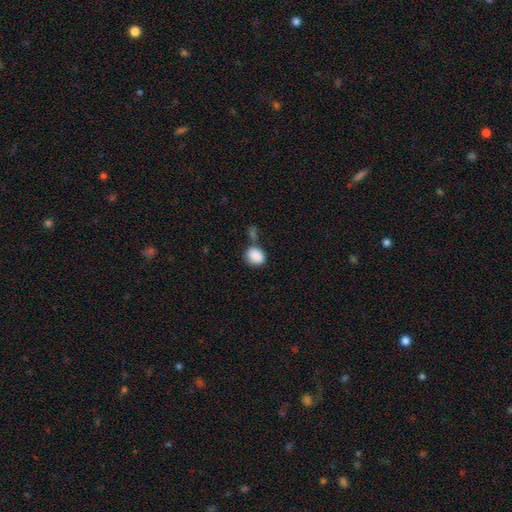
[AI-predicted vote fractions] The model was most divided on "how rounded": round: 55%, in between: 44%, cigar-shaped: 1%. More confident: smooth or featured — smooth (87%); merging — none (52%).